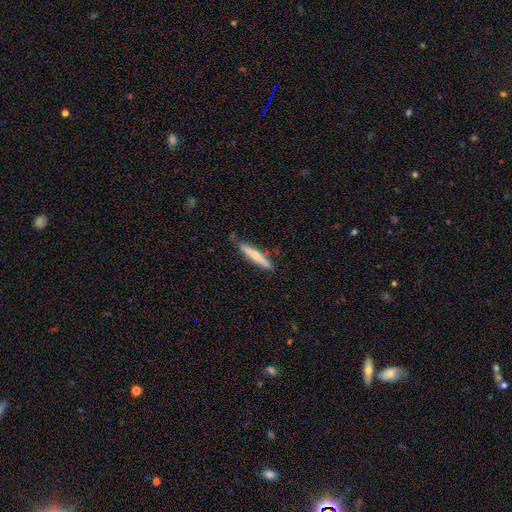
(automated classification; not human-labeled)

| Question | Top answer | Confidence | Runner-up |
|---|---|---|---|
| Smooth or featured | smooth | 59% | featured or disk (36%) |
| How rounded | cigar-shaped | 92% | in between (7%) |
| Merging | none | 81% | minor disturbance (14%) |